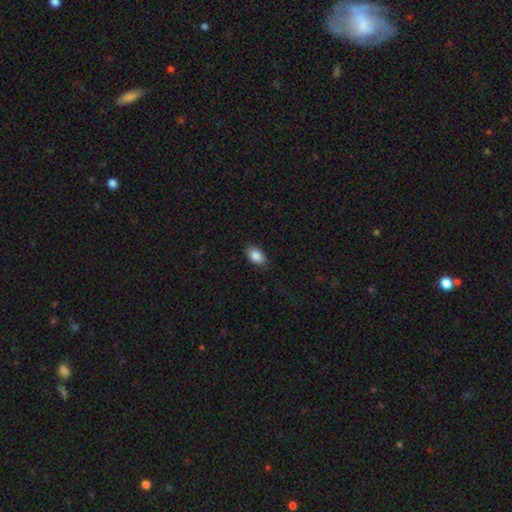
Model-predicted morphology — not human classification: A smooth galaxy with no disk features (88%) that is in between round and cigar-shaped (90%).

Vote fractions:
- Smooth or featured? smooth: 88% / star or artifact: 8% / featured or disk: 5%
- How rounded? in between: 90% / round: 8% / cigar-shaped: 2%
- Merging? none: 84% / minor disturbance: 12% / major disturbance: 3% / merger: 1%